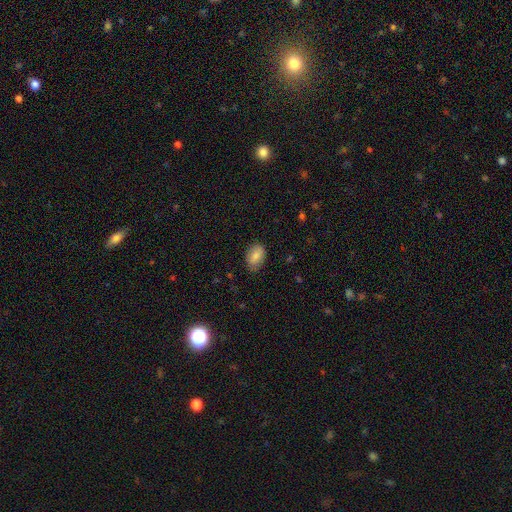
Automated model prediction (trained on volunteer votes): smooth_or_featured: smooth (p=0.78) [alt: featured or disk p=0.14]
how_rounded: in between (p=0.86) [alt: round p=0.13]
merging: none (p=0.77) [alt: minor disturbance p=0.18]